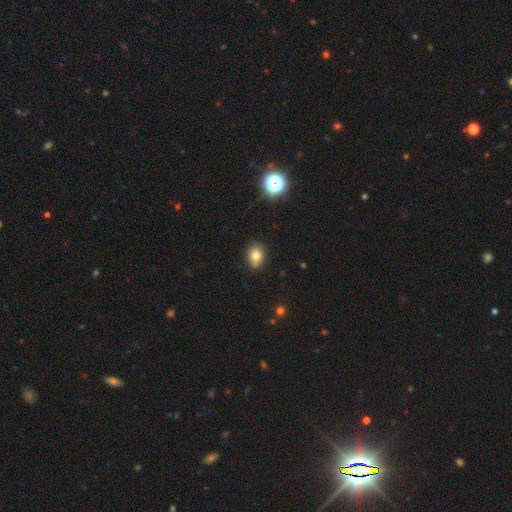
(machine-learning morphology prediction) This is likely a smooth galaxy (78%). How rounded: likely in between (63%). Merging: clearly none (82%).